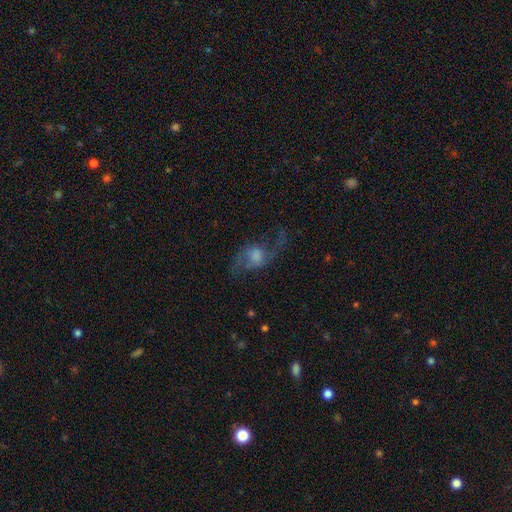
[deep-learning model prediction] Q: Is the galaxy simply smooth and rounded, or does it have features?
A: featured or disk — 67%.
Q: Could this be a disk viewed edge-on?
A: no — 94%.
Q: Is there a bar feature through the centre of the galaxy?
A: no — 58%.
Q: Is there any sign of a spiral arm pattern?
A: yes — 87%.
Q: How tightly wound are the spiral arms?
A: loose — 75%.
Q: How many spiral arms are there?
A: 2 — 88%.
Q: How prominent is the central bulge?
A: moderate — 33%.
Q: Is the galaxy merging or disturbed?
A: none — 56%.